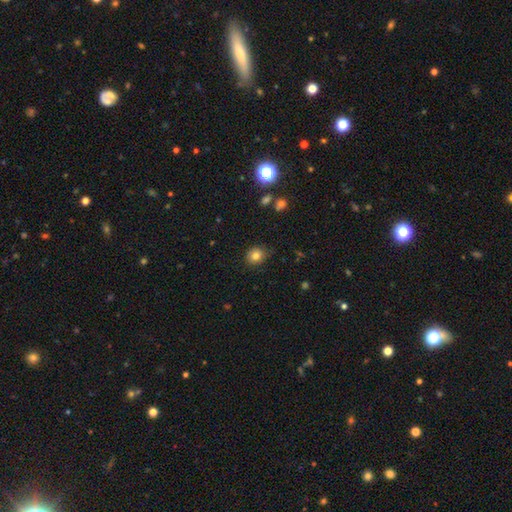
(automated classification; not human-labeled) smooth-or-featured: smooth: 81% | star or artifact: 12% | featured or disk: 7%
  how-rounded: round: 80% | in between: 19% | cigar-shaped: 1%
  merging: none: 84% | minor disturbance: 12% | major disturbance: 3% | merger: 1%